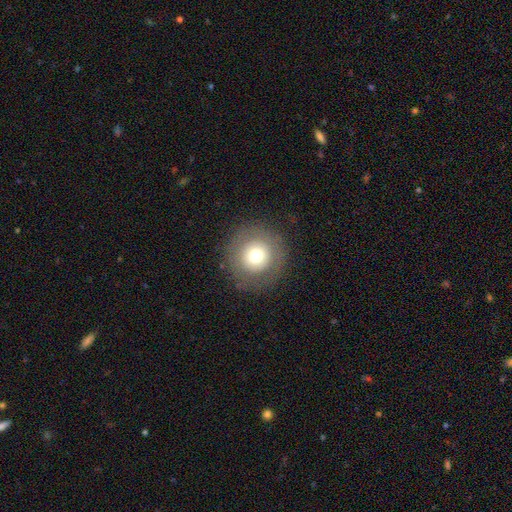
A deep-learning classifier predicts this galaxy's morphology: smooth 67%, featured or disk 22%, star or artifact 12%. Down the decision tree: how rounded — round (95%); merging — none (85%).